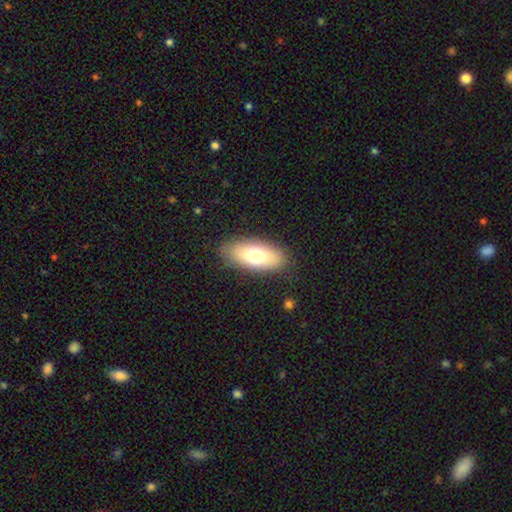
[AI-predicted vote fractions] A smooth galaxy with no disk features (71%) that is in between round and cigar-shaped (83%). Merging: none (85%).